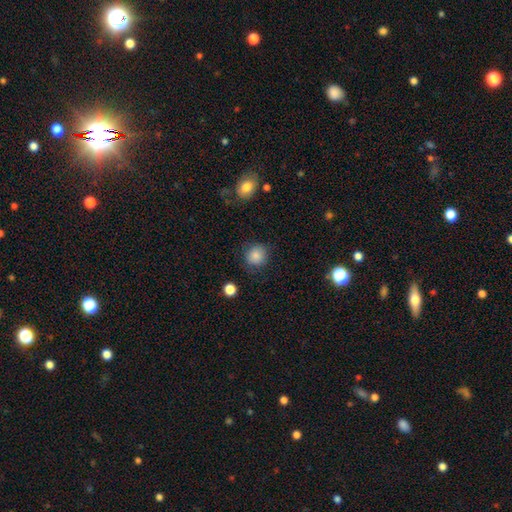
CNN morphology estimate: Smooth or featured? Predicted: smooth (p=0.85). How rounded? Predicted: round (p=0.89). Merging? Predicted: none (p=0.82).